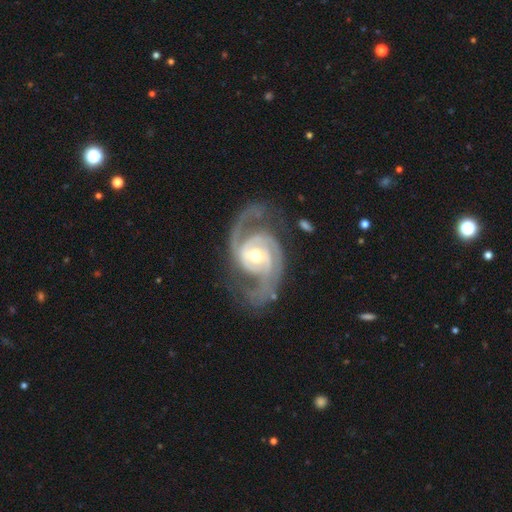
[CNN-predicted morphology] smooth_or_featured: featured or disk (p=0.93) [alt: star or artifact p=0.04]
disk_edge_on: no (p=0.98) [alt: yes p=0.02]
bar: no (p=0.44) [alt: weak p=0.38]
has_spiral_arms: yes (p=0.98) [alt: no p=0.02]
spiral_winding: medium (p=0.53) [alt: tight p=0.35]
spiral_arm_count: 2 (p=0.77) [alt: 3 p=0.12]
bulge_size: moderate (p=0.62) [alt: small p=0.31]
merging: none (p=0.69) [alt: minor disturbance p=0.17]